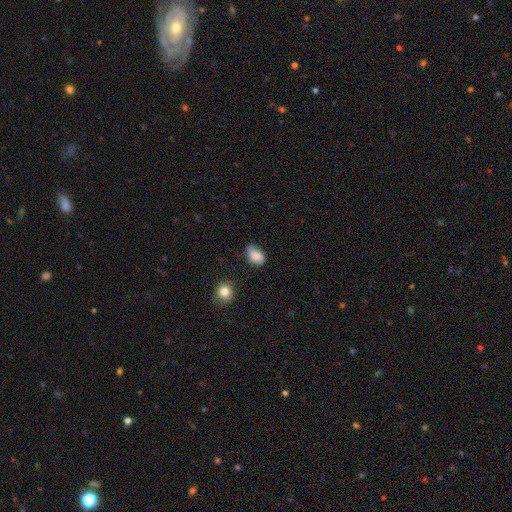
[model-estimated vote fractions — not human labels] Morphology: type=smooth (82%); roundness=in between (84%); merging=none (49%).